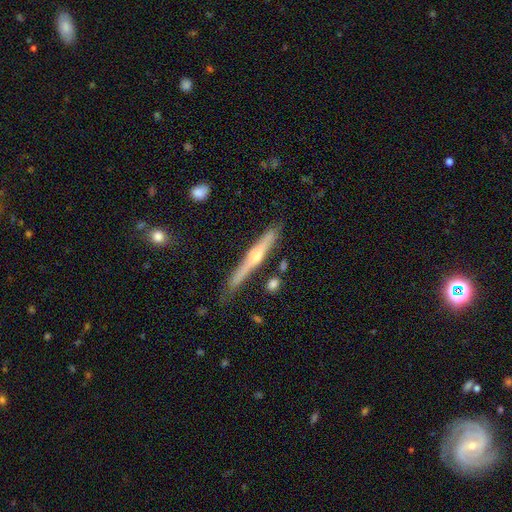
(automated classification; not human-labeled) smooth-or-featured: featured or disk: 71% | smooth: 23% | star or artifact: 5%
  disk-edge-on: yes: 97% | no: 3%
    edge-on-bulge: rounded: 87% | none: 9% | boxy: 4%
  merging: none: 79% | minor disturbance: 15% | merger: 3% | major disturbance: 3%